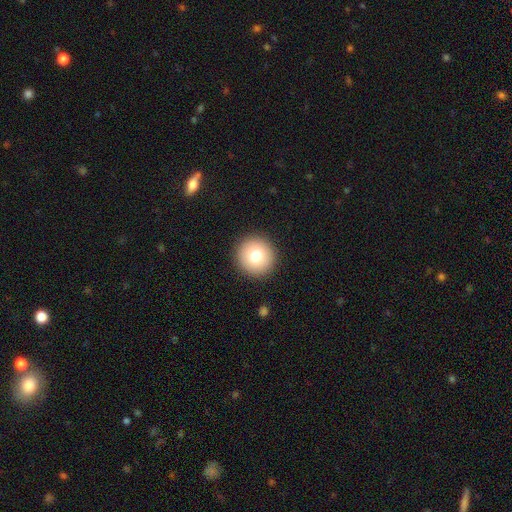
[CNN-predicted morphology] Q: Smooth or featured?
A: smooth (78%); runner-up: featured or disk (12%)
Q: How rounded?
A: round (95%); runner-up: in between (4%)
Q: Merging?
A: none (93%); runner-up: minor disturbance (5%)